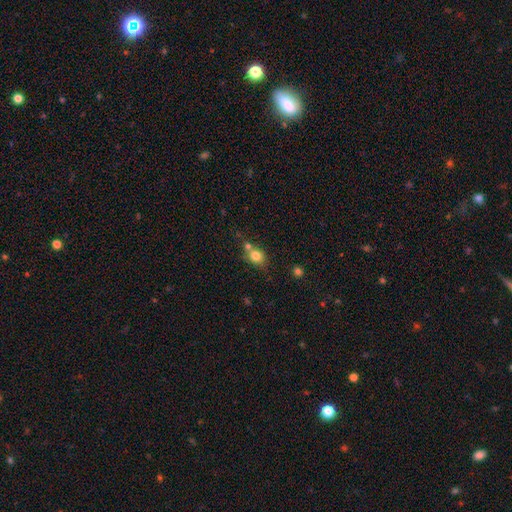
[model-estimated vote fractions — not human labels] A smooth galaxy with no disk features (79%) that is round (64%). Merging: none (49%).